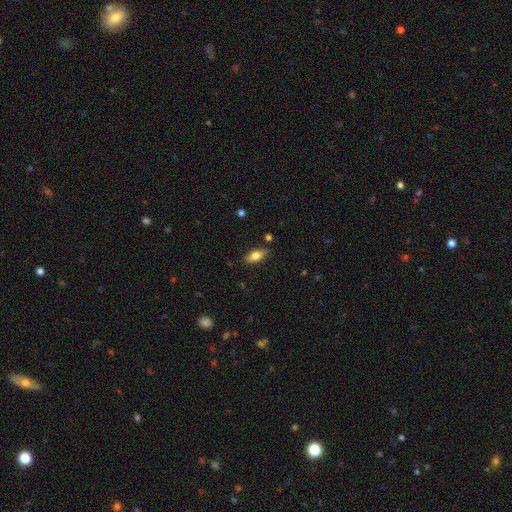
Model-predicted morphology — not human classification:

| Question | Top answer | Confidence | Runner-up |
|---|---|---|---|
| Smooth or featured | smooth | 74% | featured or disk (19%) |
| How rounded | in between | 82% | cigar-shaped (14%) |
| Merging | none | 85% | minor disturbance (11%) |